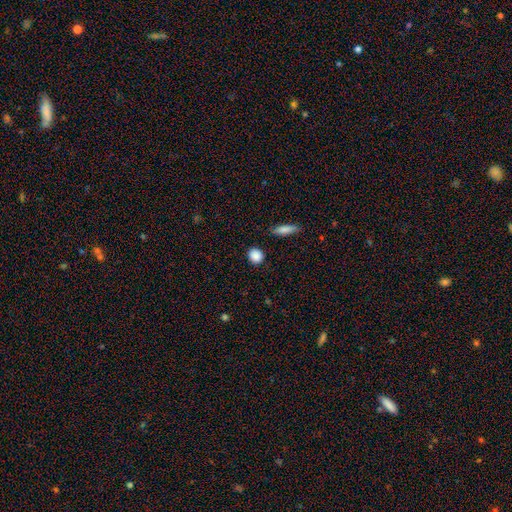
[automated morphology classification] This appears to be a smooth galaxy with no disk features (88%) that is round (76%). Merging: none (88%).